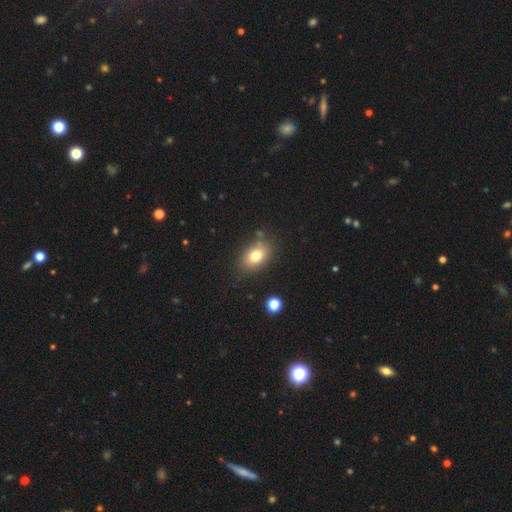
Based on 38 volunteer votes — This is likely a smooth galaxy (76%). How rounded: clearly in between (90%). Merging: likely none (69%).